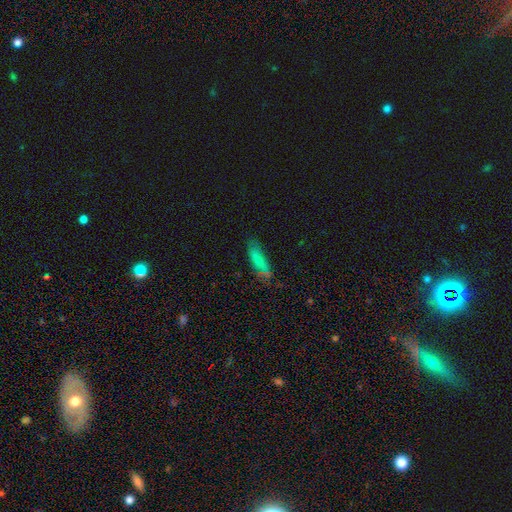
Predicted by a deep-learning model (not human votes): Smooth or featured?
  - smooth: 61% *
  - featured or disk: 24%
  - star or artifact: 14%
How rounded?
  - cigar-shaped: 63% *
  - in between: 34%
  - round: 3%
Merging?
  - none: 70% *
  - minor disturbance: 20%
  - major disturbance: 6%
  - merger: 4%